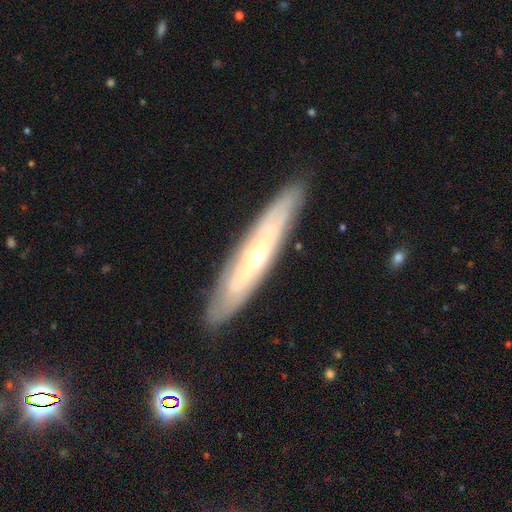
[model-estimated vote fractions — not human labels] featured or disk 66%, smooth 27%, star or artifact 7%. Down the decision tree: edge-on disk — yes (57%); merging — none (87%).